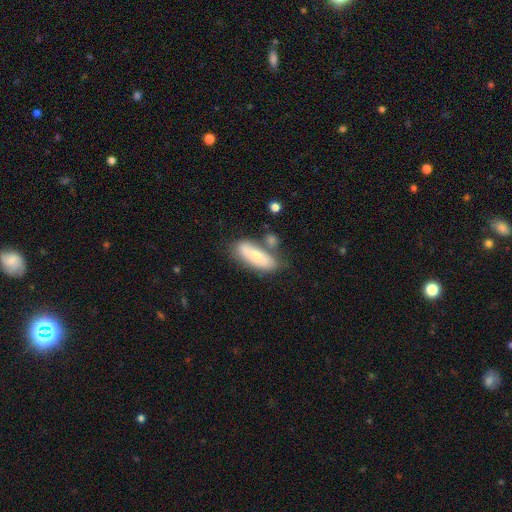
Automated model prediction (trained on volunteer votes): smooth_or_featured: smooth (p=0.57) [alt: featured or disk p=0.37]
how_rounded: in between (p=0.74) [alt: cigar-shaped p=0.23]
merging: none (p=0.59) [alt: minor disturbance p=0.19]